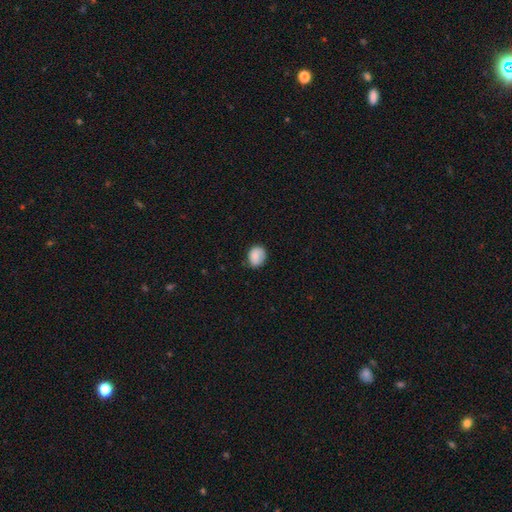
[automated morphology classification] Q: Smooth or featured?
A: smooth (81%); runner-up: featured or disk (11%)
Q: How rounded?
A: round (60%); runner-up: in between (39%)
Q: Merging?
A: none (75%); runner-up: minor disturbance (20%)